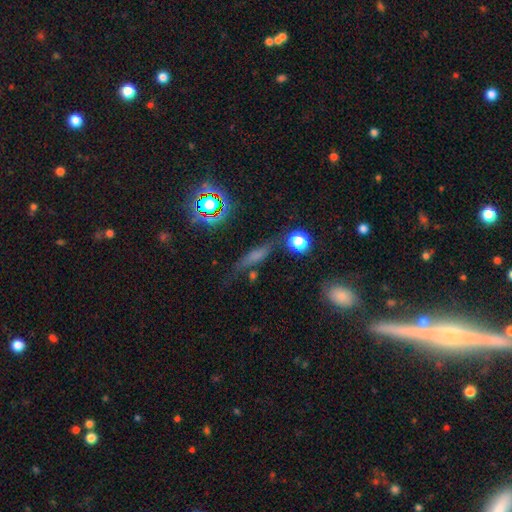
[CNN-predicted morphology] A smooth galaxy with no disk features (46%).

Vote fractions:
- Smooth or featured? smooth: 46% / featured or disk: 33% / star or artifact: 21%
- Merging? none: 67% / minor disturbance: 19% / major disturbance: 9% / merger: 6%